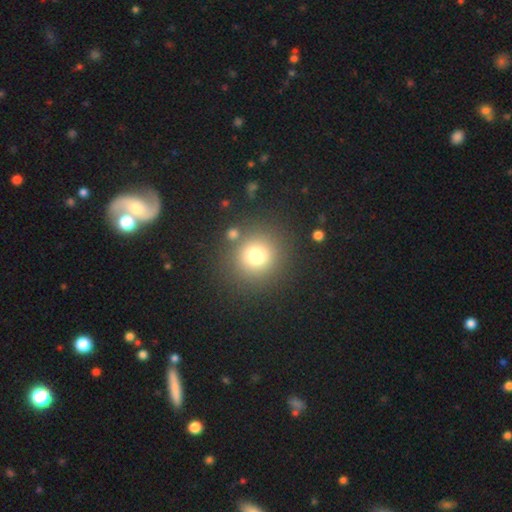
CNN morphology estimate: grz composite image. It shows a smooth galaxy with no disk features (74%) that is round (93%). Merging: none (83%).